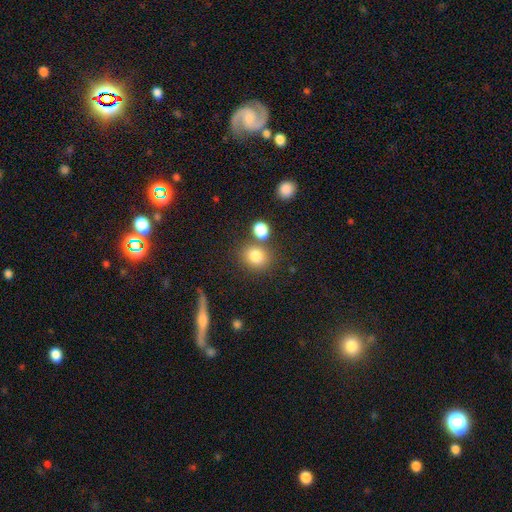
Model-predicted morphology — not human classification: smooth 81%, star or artifact 12%, featured or disk 8%. Down the decision tree: how rounded — round (69%); merging — none (69%).